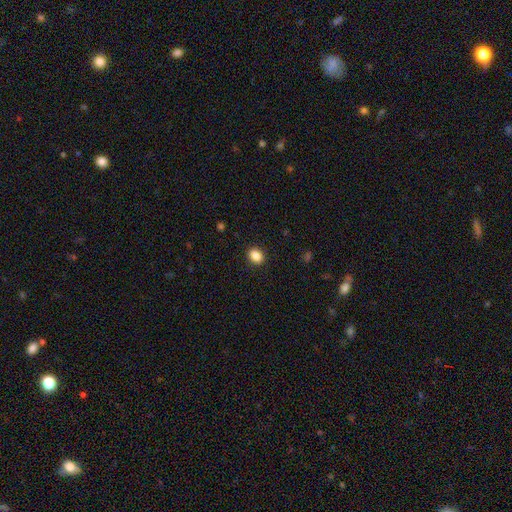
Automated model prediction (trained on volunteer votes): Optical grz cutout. It shows a smooth galaxy with no disk features (87%) that is in between round and cigar-shaped (55%). Merging: none (91%).